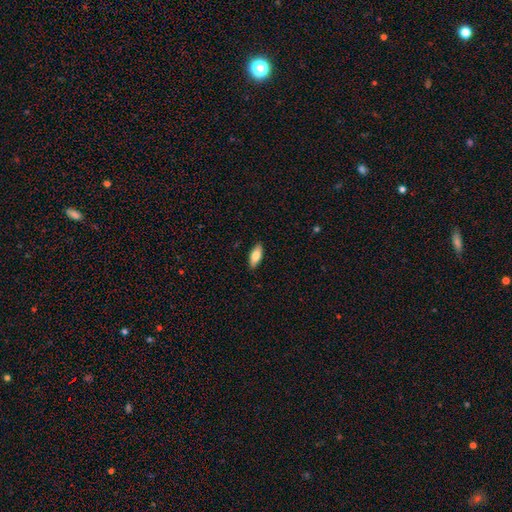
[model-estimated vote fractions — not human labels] Q: Smooth or featured?
A: smooth (77%); runner-up: featured or disk (17%)
Q: How rounded?
A: in between (80%); runner-up: cigar-shaped (18%)
Q: Merging?
A: none (89%); runner-up: minor disturbance (9%)